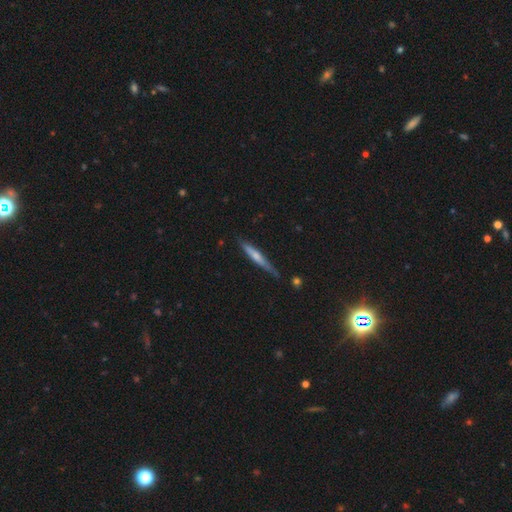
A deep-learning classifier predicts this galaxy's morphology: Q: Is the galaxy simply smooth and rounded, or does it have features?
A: smooth — 51%.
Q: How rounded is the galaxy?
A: cigar-shaped — 93%.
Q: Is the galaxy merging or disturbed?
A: none — 71%.